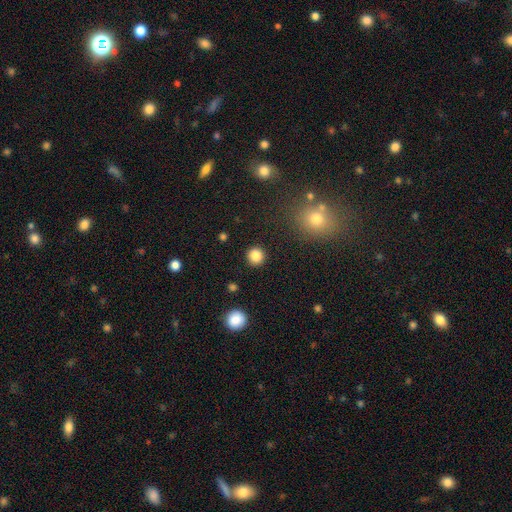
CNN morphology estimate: A smooth galaxy with no disk features (85%) that is round (93%).

Vote fractions:
- Smooth or featured? smooth: 85% / star or artifact: 11% / featured or disk: 4%
- How rounded? round: 93% / in between: 6% / cigar-shaped: 1%
- Merging? none: 91% / minor disturbance: 5% / major disturbance: 2% / merger: 1%